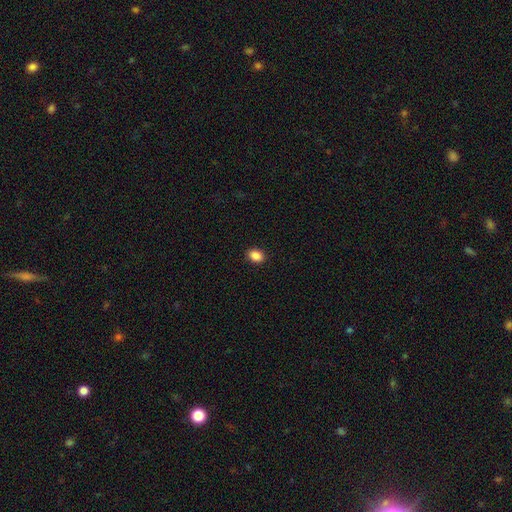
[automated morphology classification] type=smooth (89%); roundness=in between (70%); merging=none (90%).